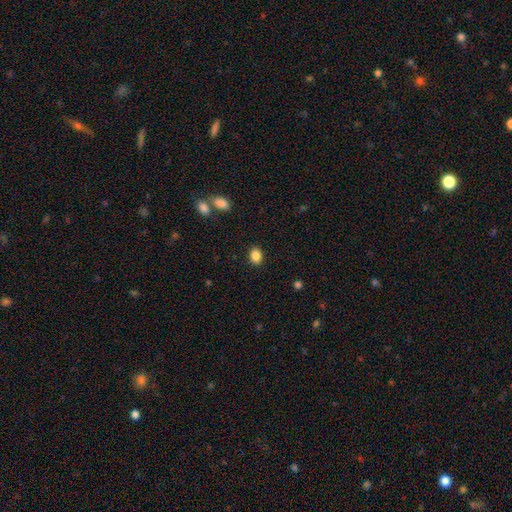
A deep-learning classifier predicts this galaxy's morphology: Smooth or featured: smooth — 86% (star or artifact — 9%)
How rounded: in between — 70% (round — 29%)
Merging: none — 88% (minor disturbance — 8%)